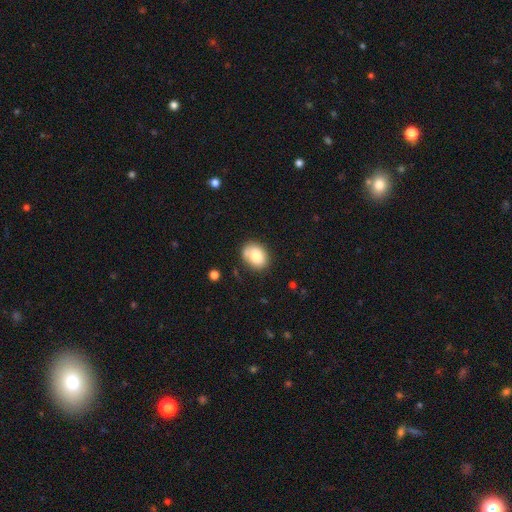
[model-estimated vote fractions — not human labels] A smooth galaxy with no disk features (80%) that is in between round and cigar-shaped (59%). Merging: none (70%).